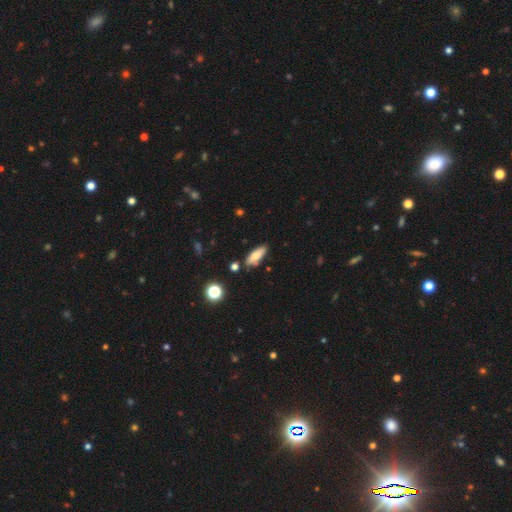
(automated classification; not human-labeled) smooth 73%, featured or disk 19%, star or artifact 8%. Down the decision tree: how rounded — in between (67%); merging — none (75%).